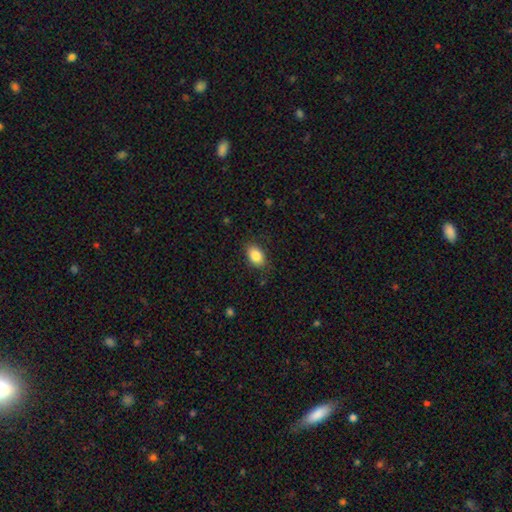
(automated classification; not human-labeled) smooth 85%, star or artifact 8%, featured or disk 7%. Down the decision tree: how rounded — in between (85%); merging — none (84%).